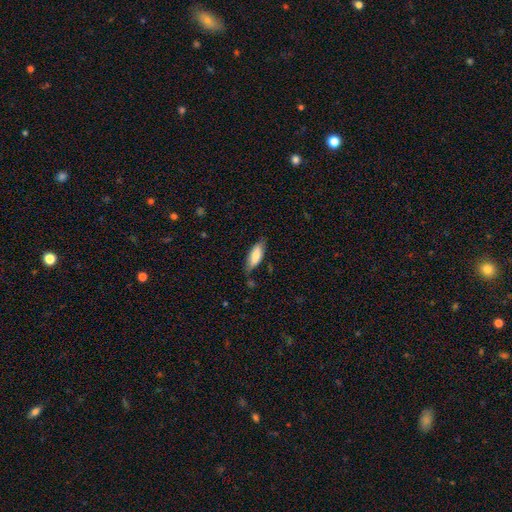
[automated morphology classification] Smooth or featured? smooth (76%)
How rounded? in between (67%)
Merging? none (64%)